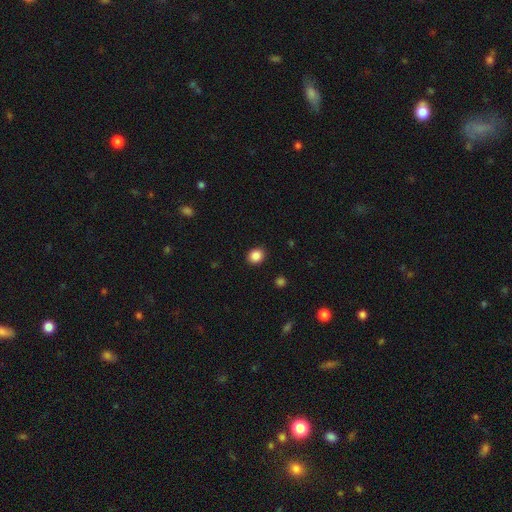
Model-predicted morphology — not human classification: smooth 87%, star or artifact 10%, featured or disk 3%. Down the decision tree: how rounded — round (72%); merging — none (91%).